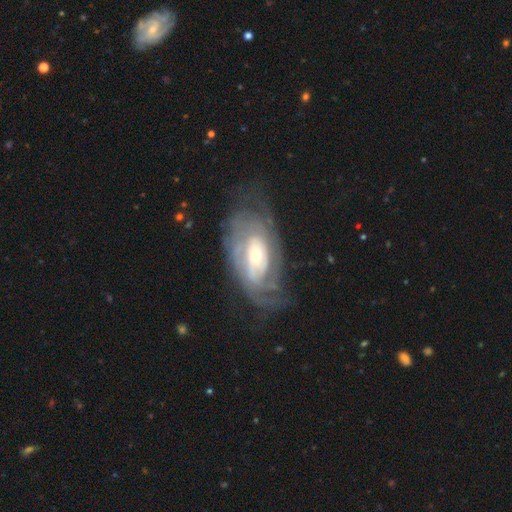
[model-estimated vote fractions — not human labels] smooth-or-featured: featured or disk: 82% | smooth: 12% | star or artifact: 6%
  disk-edge-on: no: 94% | yes: 6%
    bar: no: 62% | weak: 28% | strong: 10%
    has-spiral-arms: yes: 89% | no: 11%
      spiral-winding: tight: 64% | medium: 27% | loose: 9%
      spiral-arm-count: can't tell: 45% | 2: 23% | 3: 13% | 4: 8% | 1: 6% | more than 4: 5%
    bulge-size: small: 47% | moderate: 46% | large: 5% | dominant: 1% | none: 1%
  merging: none: 64% | minor disturbance: 20% | major disturbance: 15% | merger: 2%